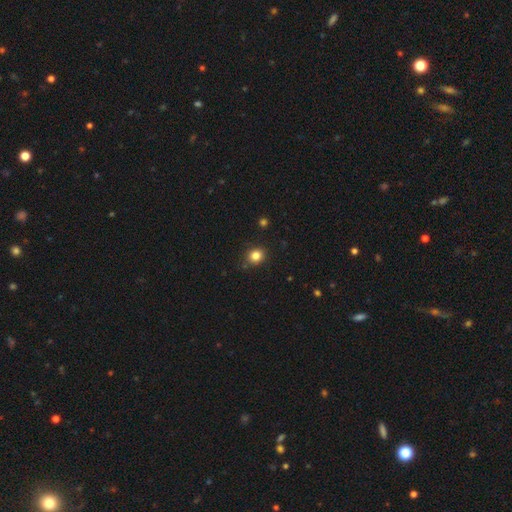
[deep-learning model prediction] Morphology: type=smooth (83%); roundness=round (80%); merging=none (84%).